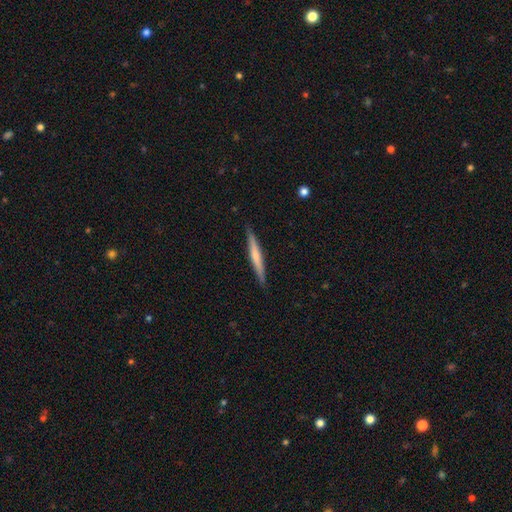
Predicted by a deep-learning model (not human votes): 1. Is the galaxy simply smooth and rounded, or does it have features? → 48% smooth, 47% featured or disk, 5% star or artifact.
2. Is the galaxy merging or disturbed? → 90% none, 7% minor disturbance, 1% major disturbance, 1% merger.